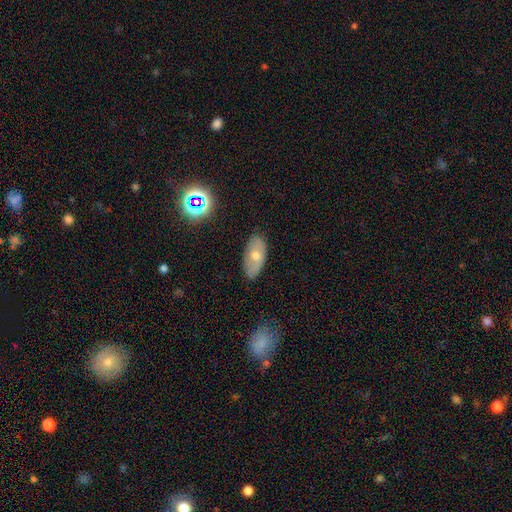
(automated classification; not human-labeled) Smooth or featured? smooth (54%)
How rounded? in between (89%)
Merging? none (78%)